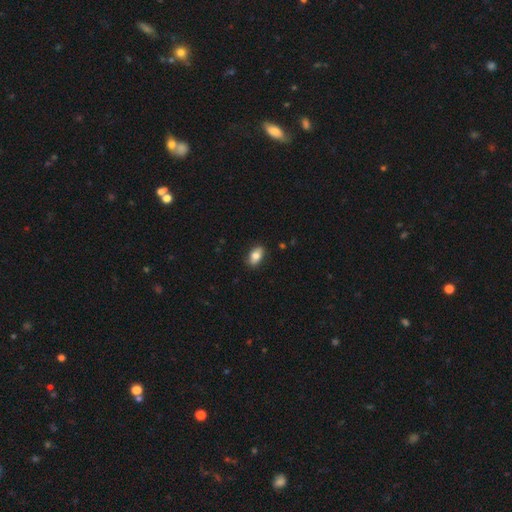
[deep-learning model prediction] Smooth or featured? Predicted: smooth (p=0.78). How rounded? Predicted: in between (p=0.89). Merging? Predicted: none (p=0.84).